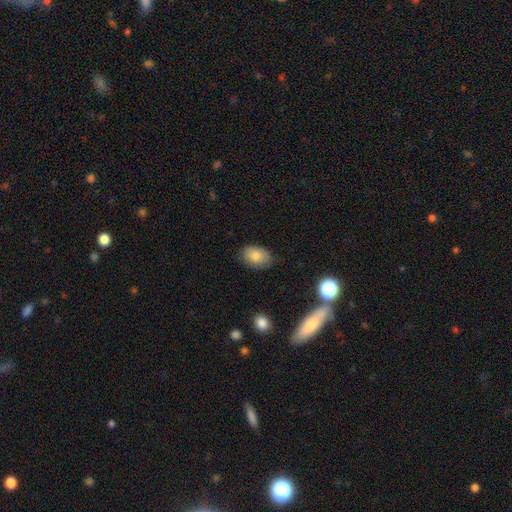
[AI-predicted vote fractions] Smooth or featured? smooth (83%)
How rounded? in between (85%)
Merging? none (79%)